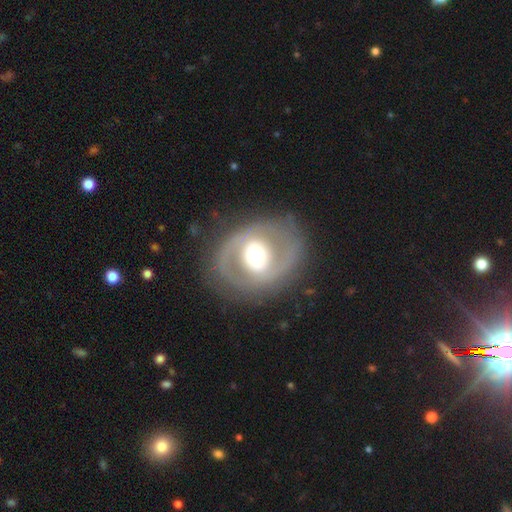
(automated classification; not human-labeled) A featured or disk galaxy (64%) with no bar (53%), no spiral arms (63%) and a moderate central bulge (52%).

Vote fractions:
- Smooth or featured? featured or disk: 64% / smooth: 29% / star or artifact: 7%
- Edge-on disk? no: 95% / yes: 5%
- Bar? no: 53% / weak: 26% / strong: 21%
- Spiral arms? no: 63% / yes: 37%
- Bulge size? moderate: 52% / large: 35% / dominant: 7% / small: 5% / none: 1%
- Merging? none: 76% / minor disturbance: 12% / major disturbance: 11% / merger: 1%